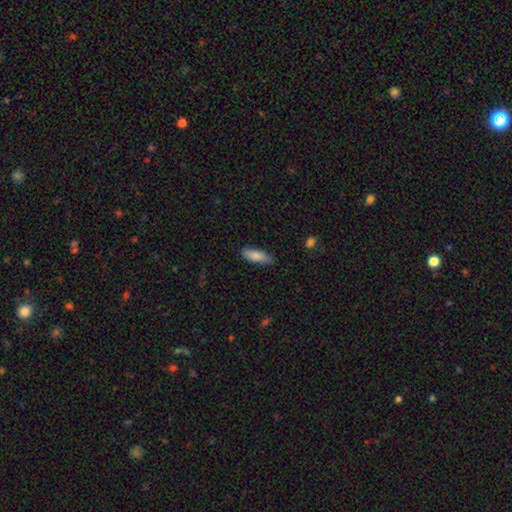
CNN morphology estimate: Smooth or featured?
  - smooth: 85% *
  - featured or disk: 9%
  - star or artifact: 6%
How rounded?
  - in between: 58% *
  - cigar-shaped: 40%
  - round: 2%
Merging?
  - none: 79% *
  - minor disturbance: 17%
  - major disturbance: 3%
  - merger: 1%